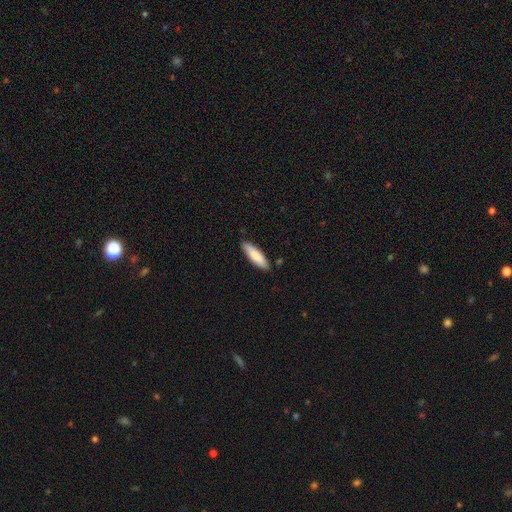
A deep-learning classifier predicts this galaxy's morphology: smooth_or_featured: smooth (p=0.84) [alt: featured or disk p=0.11]
how_rounded: cigar-shaped (p=0.63) [alt: in between p=0.35]
merging: none (p=0.86) [alt: minor disturbance p=0.11]